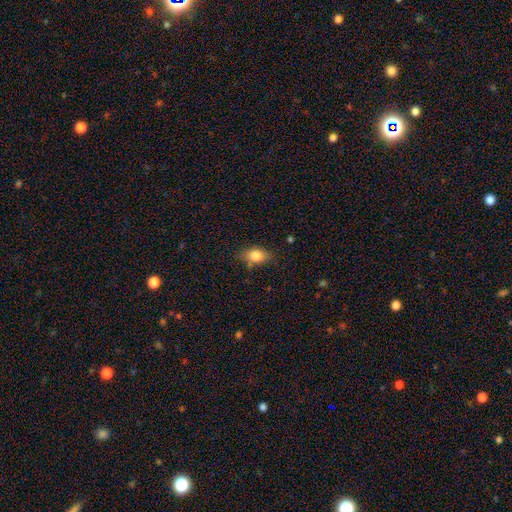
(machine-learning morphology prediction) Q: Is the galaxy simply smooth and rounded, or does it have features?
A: smooth — 82%.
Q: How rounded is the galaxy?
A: in between — 80%.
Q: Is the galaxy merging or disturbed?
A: none — 71%.